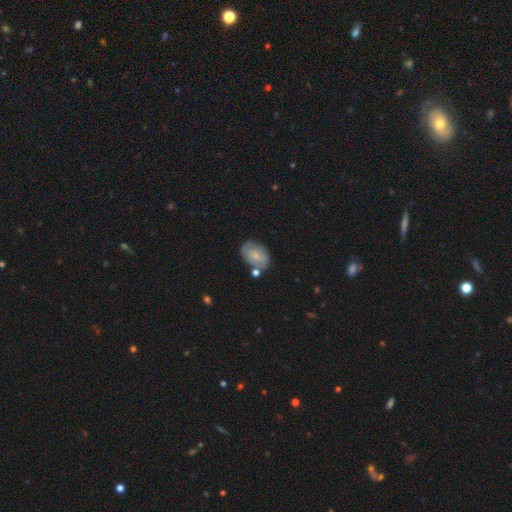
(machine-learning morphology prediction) This appears to be a smooth galaxy with no disk features (63%) that is in between round and cigar-shaped (81%). Merging: none (61%).